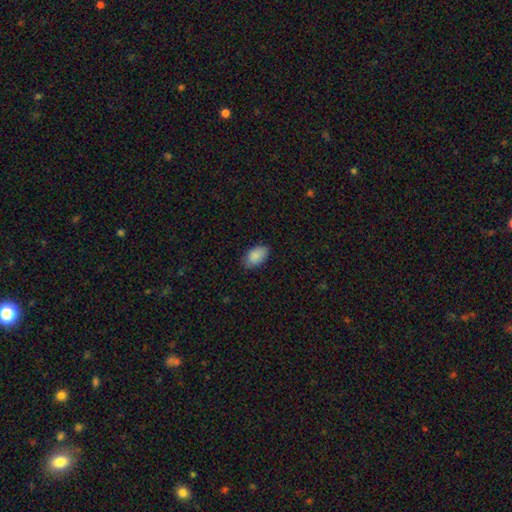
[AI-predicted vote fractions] Smooth or featured? Predicted: smooth (p=0.88). How rounded? Predicted: in between (p=0.93). Merging? Predicted: none (p=0.81).